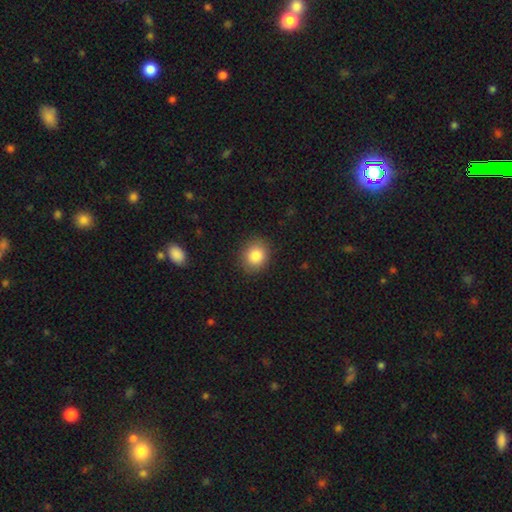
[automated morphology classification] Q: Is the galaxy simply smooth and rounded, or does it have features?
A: smooth — 85%.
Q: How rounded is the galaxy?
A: round — 72%.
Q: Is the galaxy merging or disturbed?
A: none — 88%.